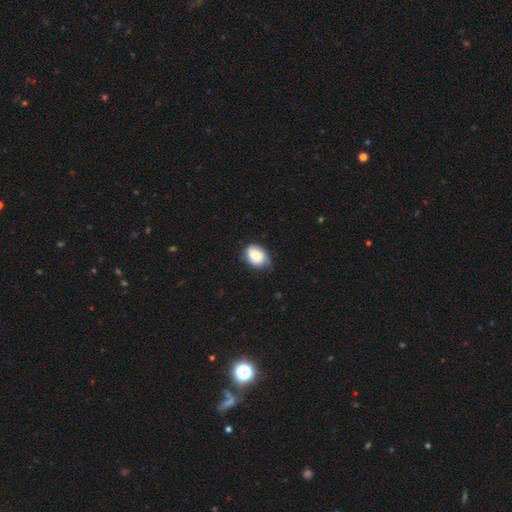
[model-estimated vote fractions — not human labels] A smooth galaxy with no disk features (78%) that is in between round and cigar-shaped (71%). Merging: none (58%).